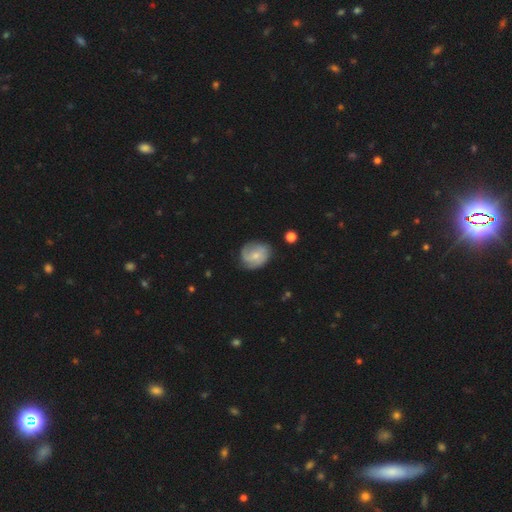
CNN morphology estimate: smooth-or-featured: featured or disk: 63% | smooth: 31% | star or artifact: 6%
  disk-edge-on: no: 97% | yes: 3%
    bar: no: 61% | weak: 34% | strong: 5%
    has-spiral-arms: yes: 88% | no: 12%
      spiral-winding: medium: 40% | tight: 38% | loose: 21%
      spiral-arm-count: 2: 42% | can't tell: 26% | 3: 16% | 1: 9% | 4: 3% | more than 4: 3%
    bulge-size: small: 62% | moderate: 33% | none: 3% | large: 1% | dominant: 1%
  merging: none: 68% | minor disturbance: 23% | major disturbance: 8% | merger: 2%